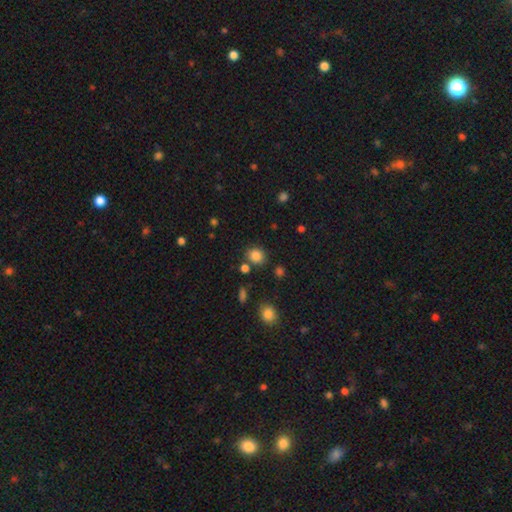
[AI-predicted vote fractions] Q: Smooth or featured?
A: smooth (83%); runner-up: star or artifact (12%)
Q: How rounded?
A: round (72%); runner-up: in between (27%)
Q: Merging?
A: none (78%); runner-up: minor disturbance (11%)